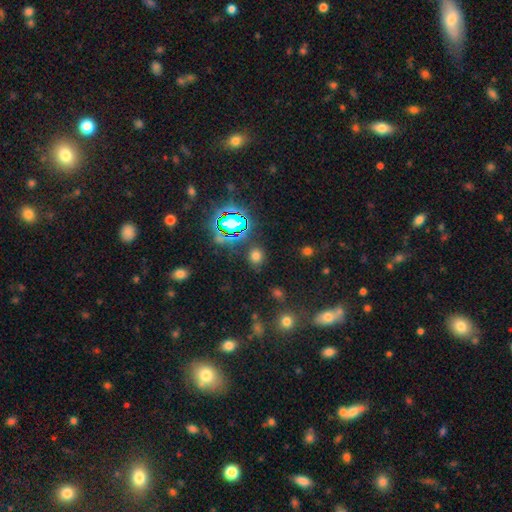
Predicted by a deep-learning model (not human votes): Smooth or featured? smooth (63%)
How rounded? round (77%)
Merging? none (84%)